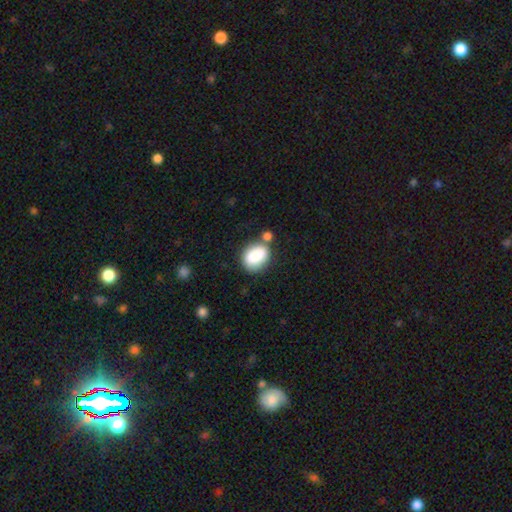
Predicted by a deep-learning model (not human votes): Overall: smooth (85%). How rounded: in between (71%). Merging: none (57%; merger 21%).